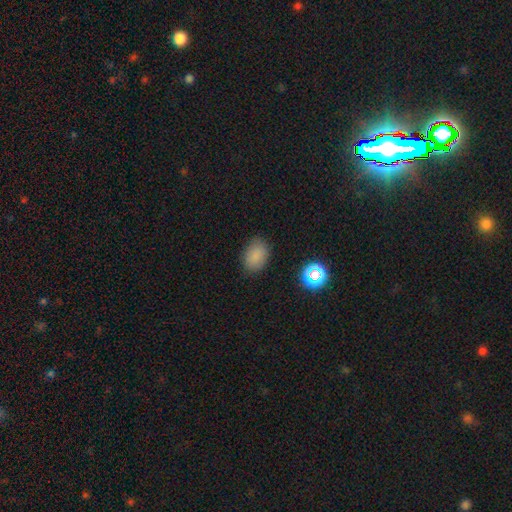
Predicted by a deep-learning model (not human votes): Overall: smooth (83%). How rounded: in between (80%). Merging: none (83%).